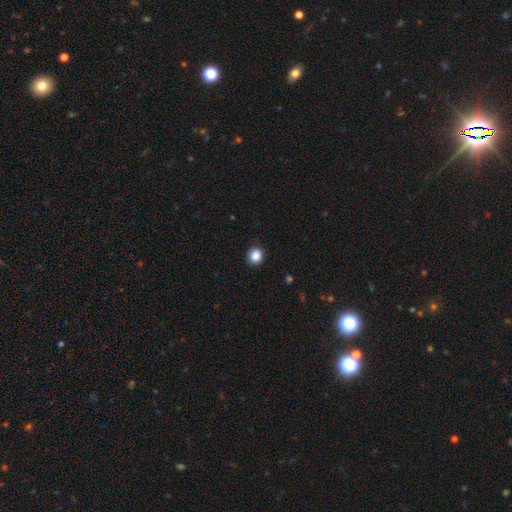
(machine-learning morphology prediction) Smooth or featured: smooth — 87% (star or artifact — 10%)
How rounded: round — 82% (in between — 17%)
Merging: none — 90% (minor disturbance — 7%)